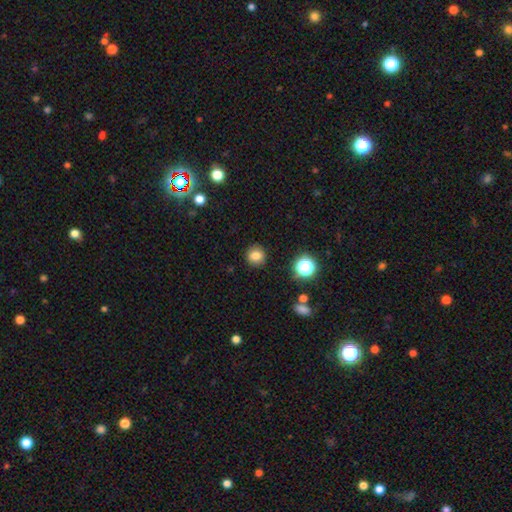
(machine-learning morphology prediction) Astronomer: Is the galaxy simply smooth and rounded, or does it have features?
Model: smooth — 81%.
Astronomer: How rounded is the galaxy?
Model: round — 88%.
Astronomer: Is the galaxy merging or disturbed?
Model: none — 89%.